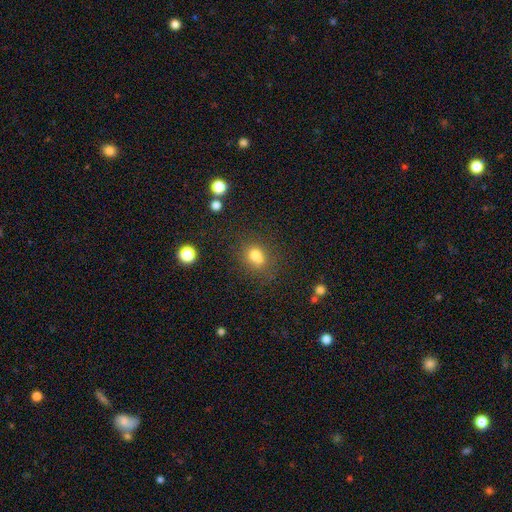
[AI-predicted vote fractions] A smooth galaxy with no disk features (75%) that is round (59%).

Vote fractions:
- Smooth or featured? smooth: 75% / star or artifact: 15% / featured or disk: 11%
- How rounded? round: 59% / in between: 40% / cigar-shaped: 1%
- Merging? none: 55% / merger: 22% / minor disturbance: 16% / major disturbance: 7%